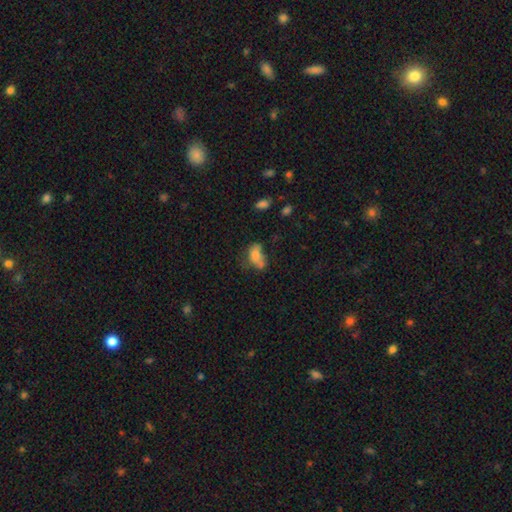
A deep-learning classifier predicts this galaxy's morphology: Overall: smooth (69%). How rounded: in between (84%). Merging: none (30%; minor disturbance 26%).